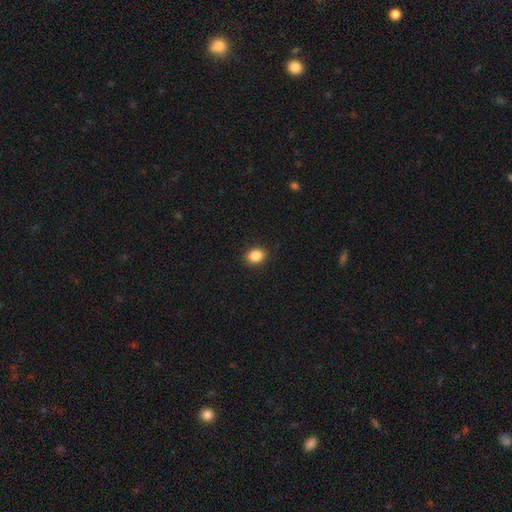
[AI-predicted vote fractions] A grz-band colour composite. It shows a smooth galaxy with no disk features (87%) that is in between round and cigar-shaped (57%). Merging: none (89%).